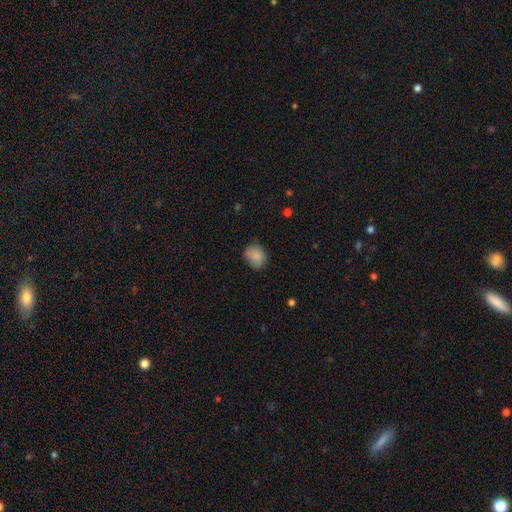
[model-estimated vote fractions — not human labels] smooth-or-featured: smooth: 84% | featured or disk: 8% | star or artifact: 8%
  how-rounded: round: 52% | in between: 47% | cigar-shaped: 1%
  merging: none: 69% | minor disturbance: 24% | major disturbance: 6% | merger: 1%